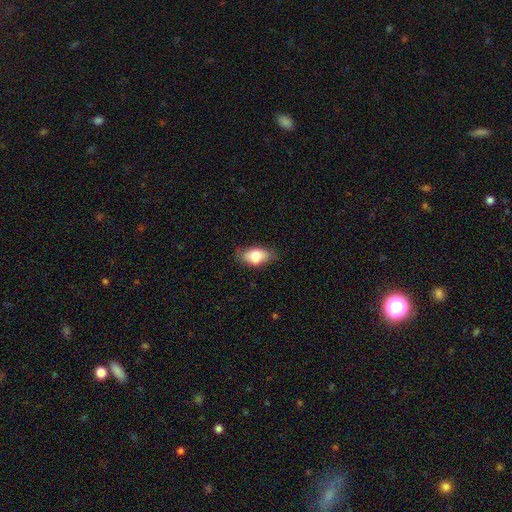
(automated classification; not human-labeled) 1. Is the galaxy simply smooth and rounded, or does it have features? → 76% smooth, 17% featured or disk, 7% star or artifact.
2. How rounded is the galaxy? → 89% in between, 7% round, 4% cigar-shaped.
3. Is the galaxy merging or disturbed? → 70% none, 24% minor disturbance, 5% major disturbance, 1% merger.